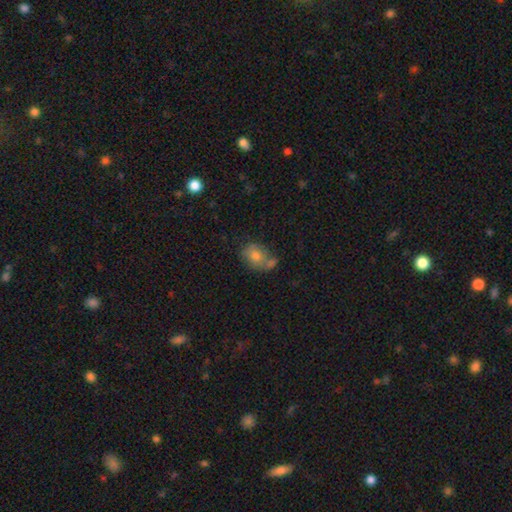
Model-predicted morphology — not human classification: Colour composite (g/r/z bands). It shows a smooth galaxy with no disk features (71%) that is in between round and cigar-shaped (55%). Merging: none (48%).